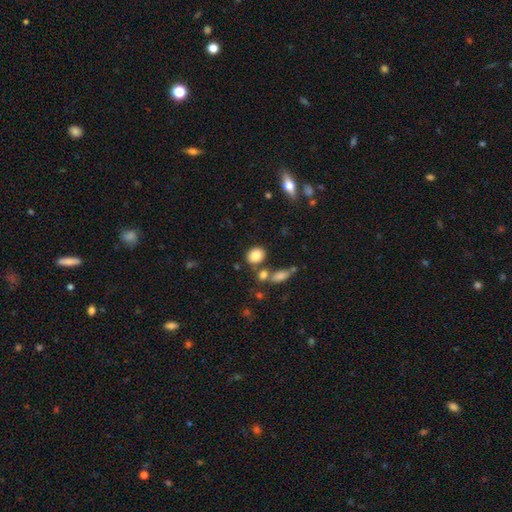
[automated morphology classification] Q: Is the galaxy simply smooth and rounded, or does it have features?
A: smooth — 84%.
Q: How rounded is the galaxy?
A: round — 52%.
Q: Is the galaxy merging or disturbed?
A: none — 68%.